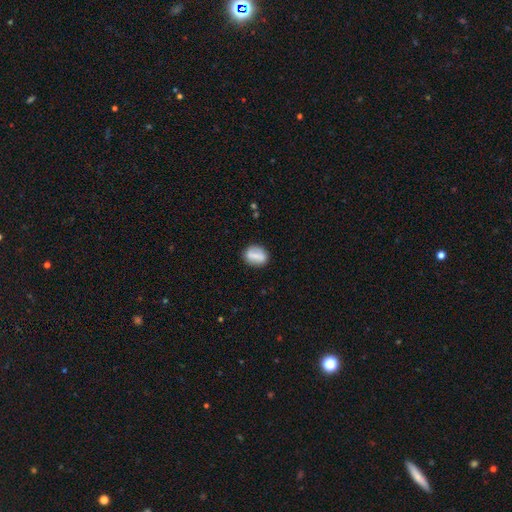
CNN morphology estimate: smooth_or_featured: smooth (p=0.71) [alt: featured or disk p=0.22]
how_rounded: in between (p=0.59) [alt: round p=0.37]
merging: none (p=0.82) [alt: minor disturbance p=0.12]